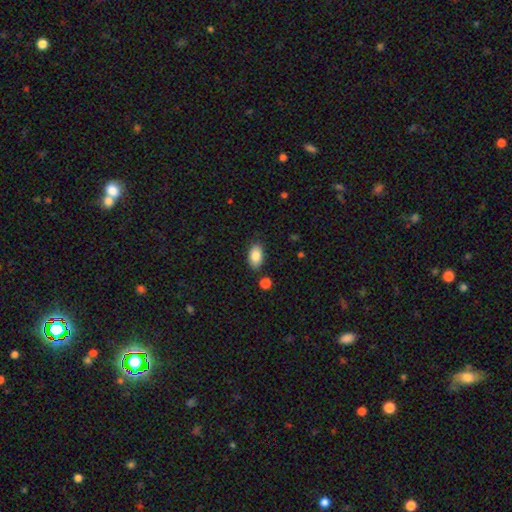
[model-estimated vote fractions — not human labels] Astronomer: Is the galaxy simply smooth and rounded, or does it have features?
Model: smooth — 86%.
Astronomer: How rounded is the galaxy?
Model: in between — 93%.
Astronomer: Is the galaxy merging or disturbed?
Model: none — 84%.